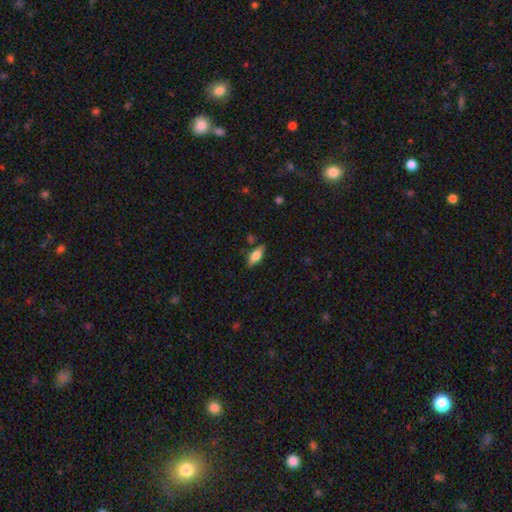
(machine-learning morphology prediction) A smooth galaxy with no disk features (63%) that is in between round and cigar-shaped (74%). Merging: none (81%).